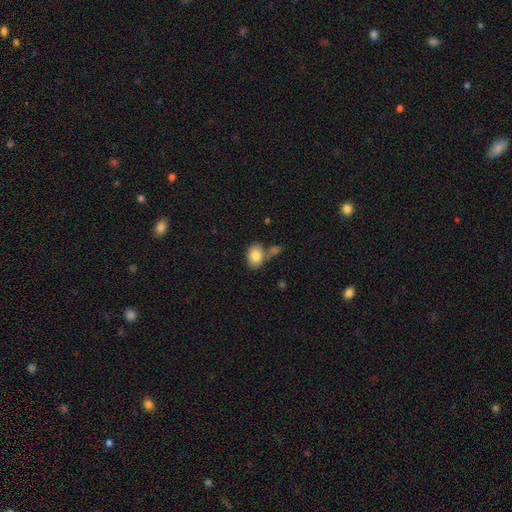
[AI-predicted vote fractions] Smooth or featured? Predicted: smooth (p=0.83). How rounded? Predicted: in between (p=0.74). Merging? Predicted: none (p=0.56).